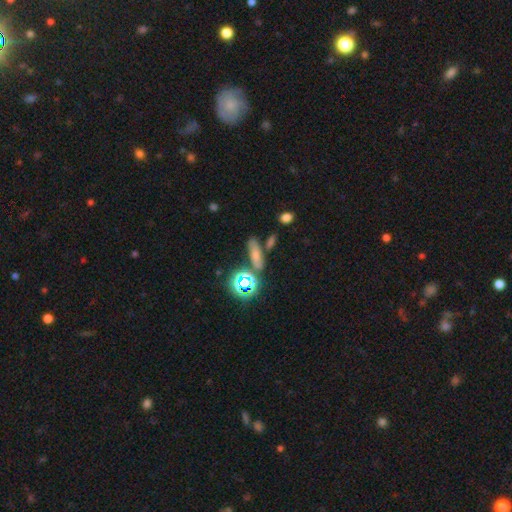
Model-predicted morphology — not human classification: This appears to be a smooth galaxy with no disk features (58%) that is in between round and cigar-shaped (44%, tied with cigar-shaped). Merging: none (65%).